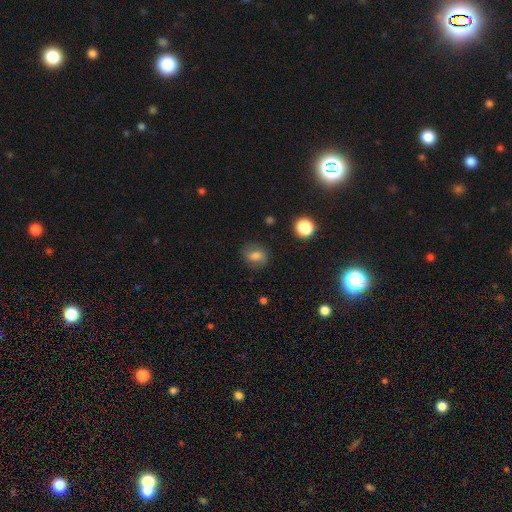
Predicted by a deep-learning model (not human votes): Smooth or featured? Predicted: smooth (p=0.59). How rounded? Predicted: round (p=0.51). Merging? Predicted: none (p=0.75).